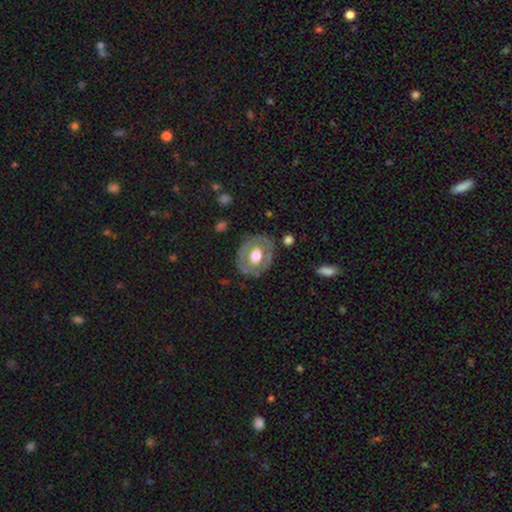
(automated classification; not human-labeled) Smooth or featured: featured or disk — 53% (smooth — 42%)
Edge-on disk: no — 94% (yes — 6%)
Merging: none — 76% (minor disturbance — 16%)